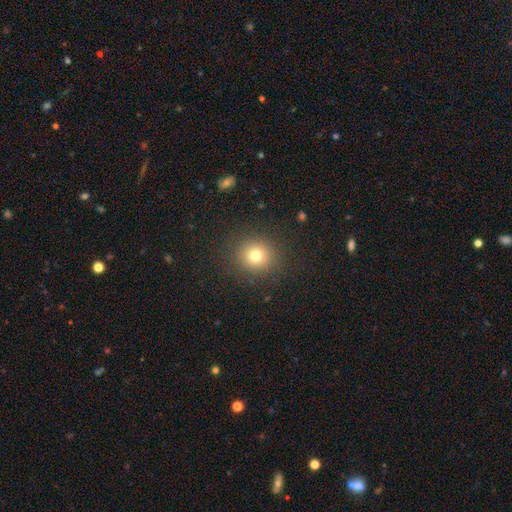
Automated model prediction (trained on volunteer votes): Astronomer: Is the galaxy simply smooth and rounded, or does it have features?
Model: smooth — 75%.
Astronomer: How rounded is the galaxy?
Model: round — 90%.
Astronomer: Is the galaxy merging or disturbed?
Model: none — 89%.